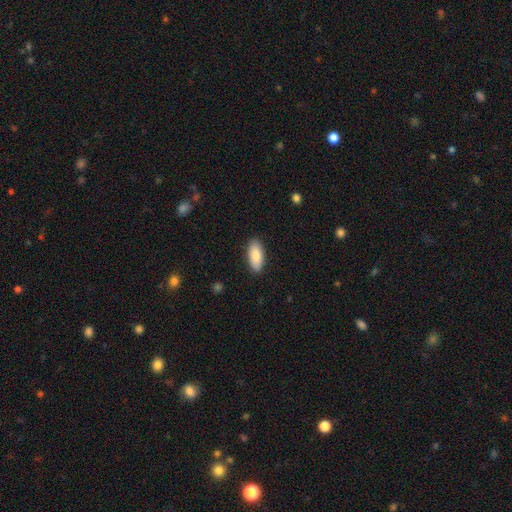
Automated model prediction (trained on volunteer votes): smooth 87%, featured or disk 7%, star or artifact 6%. Down the decision tree: how rounded — in between (88%); merging — none (88%).